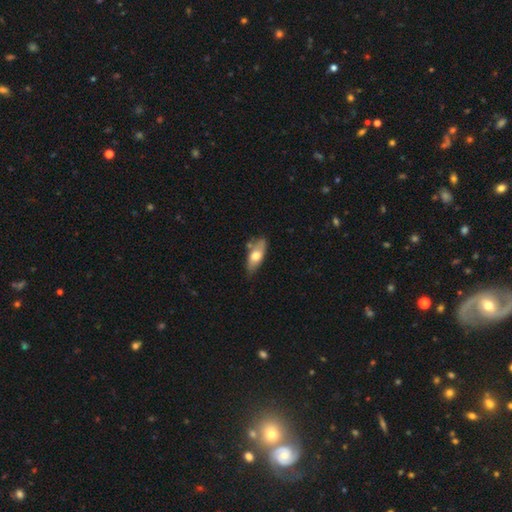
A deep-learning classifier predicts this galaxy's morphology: smooth_or_featured: smooth (p=0.63) [alt: featured or disk p=0.31]
how_rounded: in between (p=0.80) [alt: cigar-shaped p=0.17]
merging: none (p=0.62) [alt: minor disturbance p=0.24]